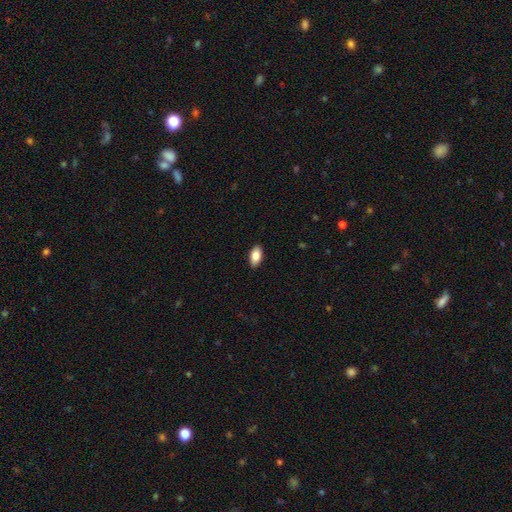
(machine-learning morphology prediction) Smooth or featured? smooth (85%)
How rounded? in between (92%)
Merging? none (89%)